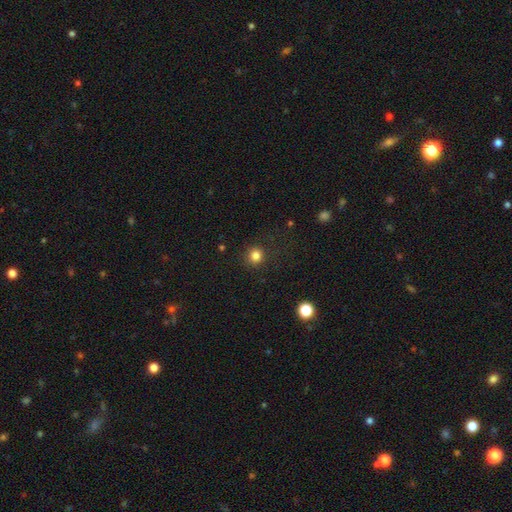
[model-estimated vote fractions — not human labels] Overall: smooth (82%). How rounded: round (93%). Merging: none (89%).